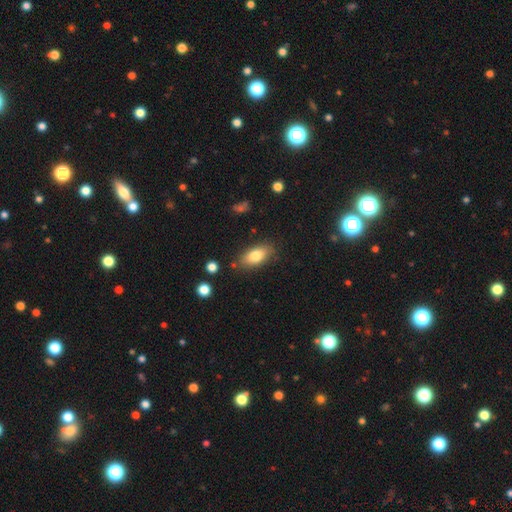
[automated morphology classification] A smooth galaxy with no disk features (79%) that is in between round and cigar-shaped (88%). Merging: none (81%).